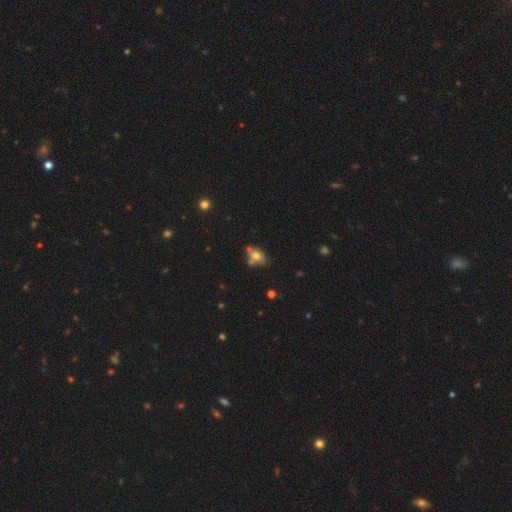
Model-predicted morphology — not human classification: A smooth galaxy with no disk features (67%) that is in between round and cigar-shaped (64%). Merging: none (50%).